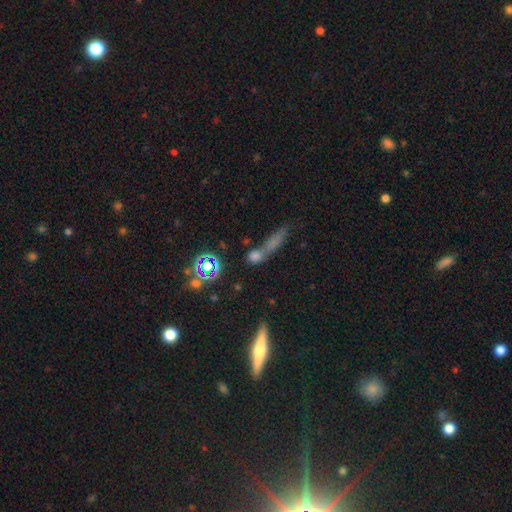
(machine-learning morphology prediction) This appears to be a smooth galaxy with no disk features (60%) that is cigar-shaped (40%). Merging: merger (41%, tied with none).